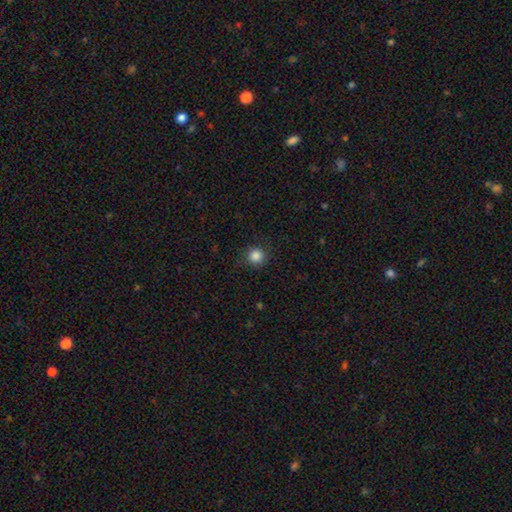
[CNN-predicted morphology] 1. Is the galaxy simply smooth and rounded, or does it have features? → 86% smooth, 11% star or artifact, 4% featured or disk.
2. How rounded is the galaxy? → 94% round, 5% in between, 1% cigar-shaped.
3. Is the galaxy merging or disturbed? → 86% none, 10% minor disturbance, 3% major disturbance, 1% merger.